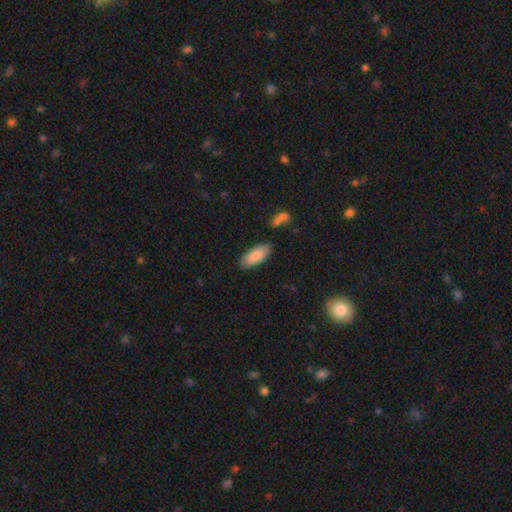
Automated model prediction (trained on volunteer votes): smooth-or-featured: smooth: 86% | featured or disk: 9% | star or artifact: 6%
  how-rounded: in between: 84% | cigar-shaped: 14% | round: 2%
  merging: none: 84% | minor disturbance: 11% | merger: 3% | major disturbance: 2%